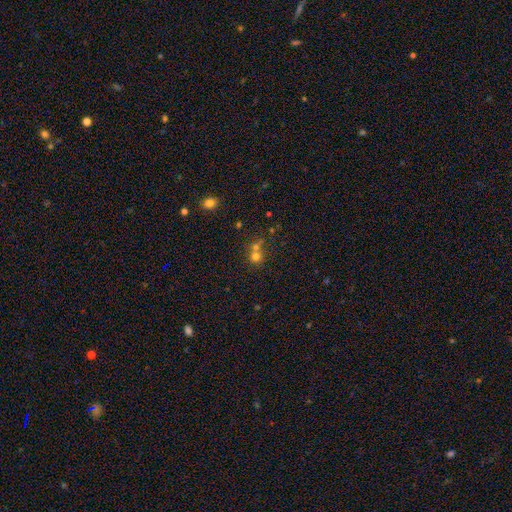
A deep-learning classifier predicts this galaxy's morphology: smooth_or_featured: smooth (p=0.69) [alt: star or artifact p=0.19]
how_rounded: round (p=0.85) [alt: in between p=0.14]
merging: merger (p=0.45) [alt: none p=0.44]